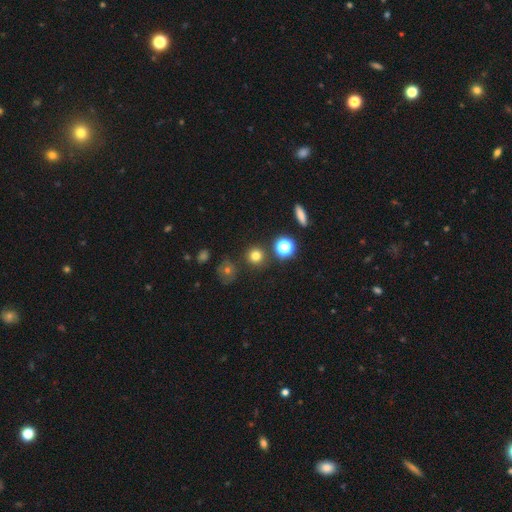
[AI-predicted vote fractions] A smooth galaxy with no disk features (74%) that is round (92%). Merging: none (86%).